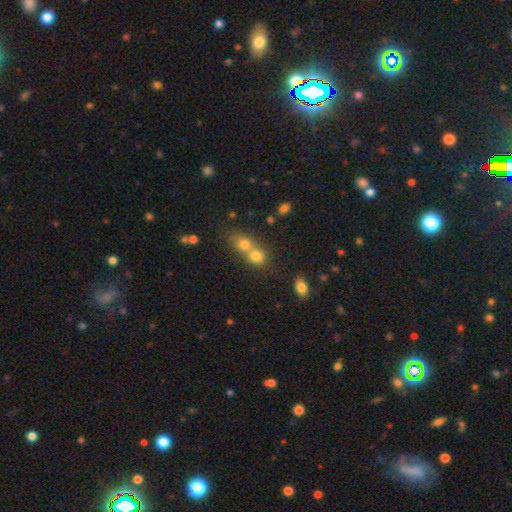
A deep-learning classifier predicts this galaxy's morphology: Smooth or featured? Predicted: smooth (p=0.75). How rounded? Predicted: round (p=0.73). Merging? Predicted: merger (p=0.61).